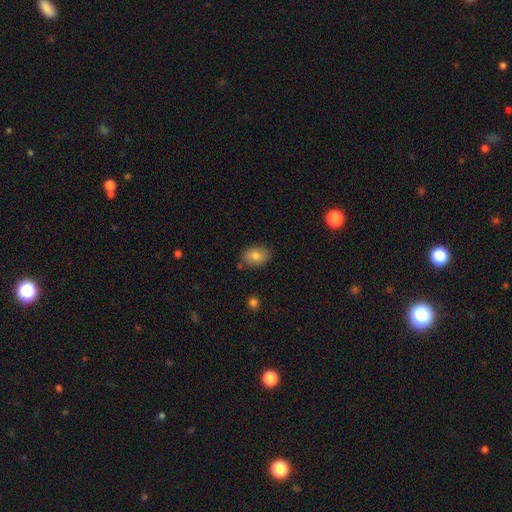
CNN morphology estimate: smooth_or_featured: smooth (p=0.80) [alt: featured or disk p=0.11]
how_rounded: in between (p=0.77) [alt: round p=0.22]
merging: none (p=0.82) [alt: minor disturbance p=0.13]